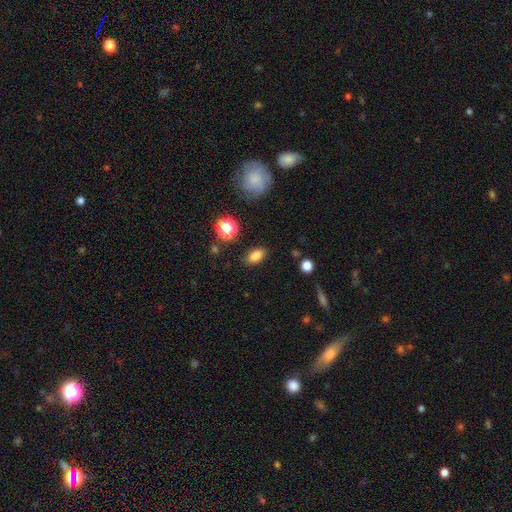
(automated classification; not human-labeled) This is clearly a smooth galaxy (82%). How rounded: clearly in between (85%). Merging: clearly none (86%).